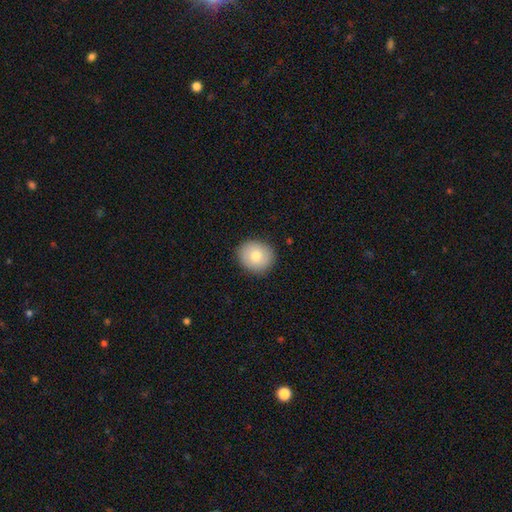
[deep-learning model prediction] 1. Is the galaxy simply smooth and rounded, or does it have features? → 80% smooth, 12% featured or disk, 8% star or artifact.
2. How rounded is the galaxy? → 78% round, 21% in between, 1% cigar-shaped.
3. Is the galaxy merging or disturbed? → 90% none, 7% minor disturbance, 2% major disturbance, 1% merger.